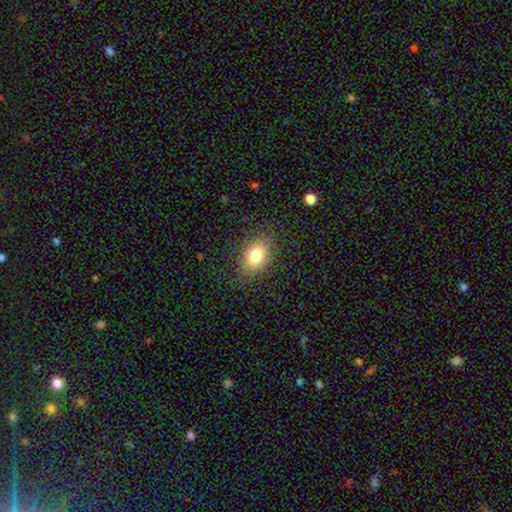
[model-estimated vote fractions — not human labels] smooth-or-featured: smooth: 79% | featured or disk: 12% | star or artifact: 10%
  how-rounded: in between: 80% | round: 18% | cigar-shaped: 2%
  merging: none: 82% | minor disturbance: 12% | major disturbance: 5% | merger: 1%